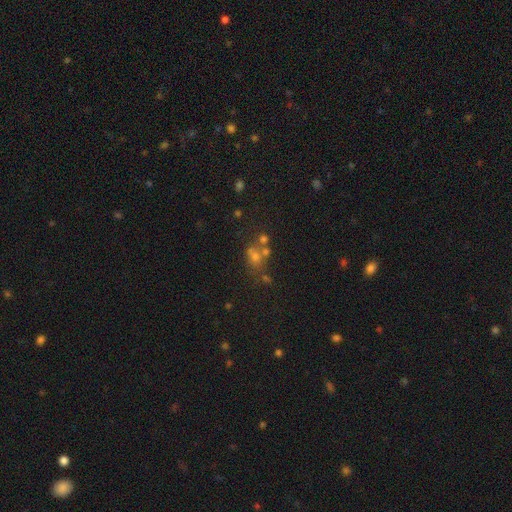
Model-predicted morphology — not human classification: smooth_or_featured: smooth (p=0.54) [alt: star or artifact p=0.24]
how_rounded: in between (p=0.52) [alt: round p=0.46]
merging: none (p=0.38) [alt: merger p=0.36]